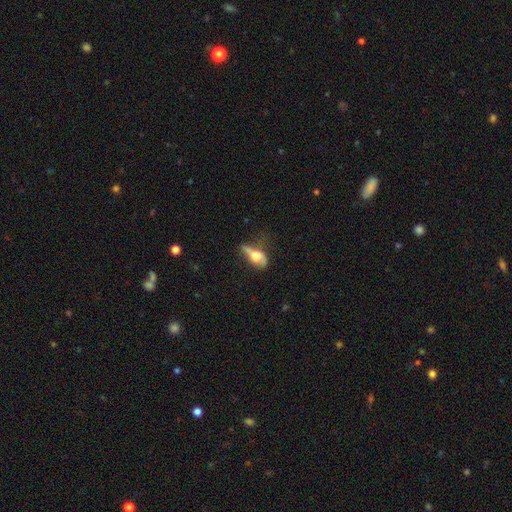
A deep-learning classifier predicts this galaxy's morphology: Smooth or featured? Predicted: smooth (p=0.52). How rounded? Predicted: in between (p=0.73). Merging? Predicted: major disturbance (p=0.40).